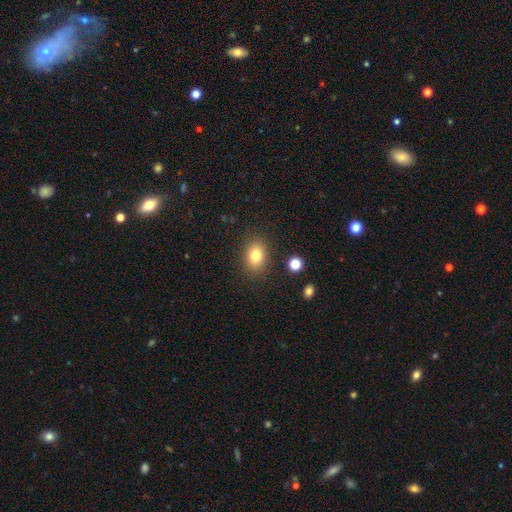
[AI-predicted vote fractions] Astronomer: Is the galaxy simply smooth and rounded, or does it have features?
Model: smooth — 81%.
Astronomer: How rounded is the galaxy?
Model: in between — 69%.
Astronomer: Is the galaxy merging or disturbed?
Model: none — 86%.